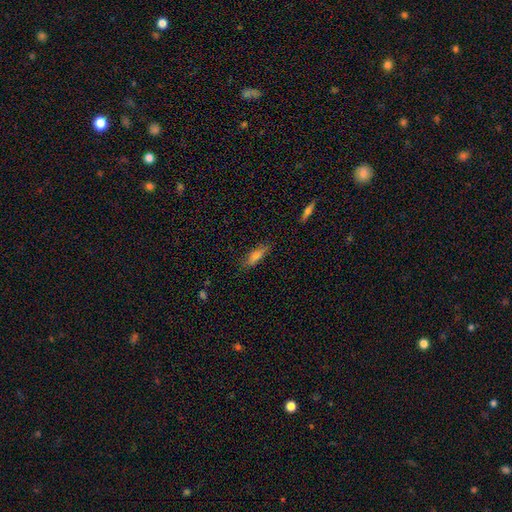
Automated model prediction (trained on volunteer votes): smooth-or-featured: smooth: 66% | featured or disk: 23% | star or artifact: 11%
  how-rounded: cigar-shaped: 56% | in between: 41% | round: 3%
  merging: none: 80% | minor disturbance: 15% | major disturbance: 3% | merger: 2%